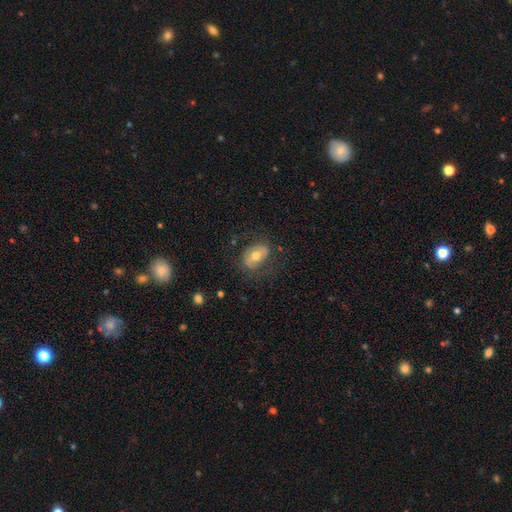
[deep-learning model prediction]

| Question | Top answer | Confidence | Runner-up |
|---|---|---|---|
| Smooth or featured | smooth | 47% | featured or disk (45%) |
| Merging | none | 70% | minor disturbance (17%) |